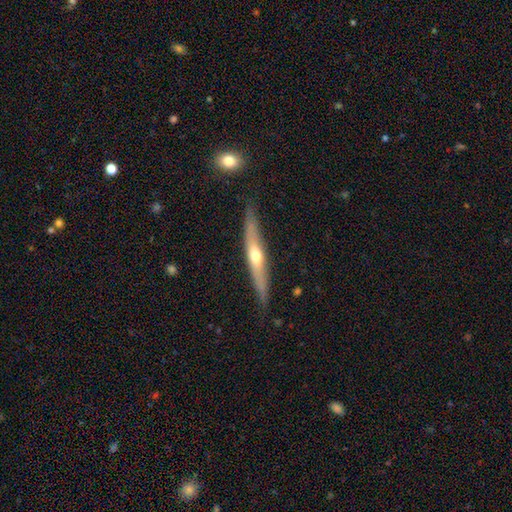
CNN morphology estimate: A featured or disk galaxy (60%) viewed edge-on (90%) with a rounded central bulge (82%). Merging: none (84%).